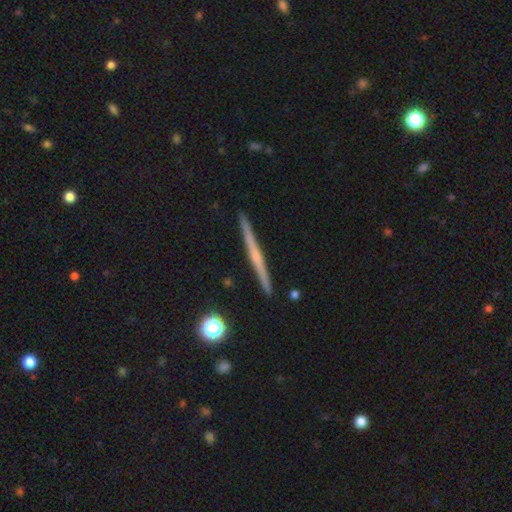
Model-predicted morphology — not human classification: featured or disk 68%, smooth 25%, star or artifact 7%. Down the decision tree: edge-on disk — yes (98%); edge-on bulge — none (48%); merging — none (92%).